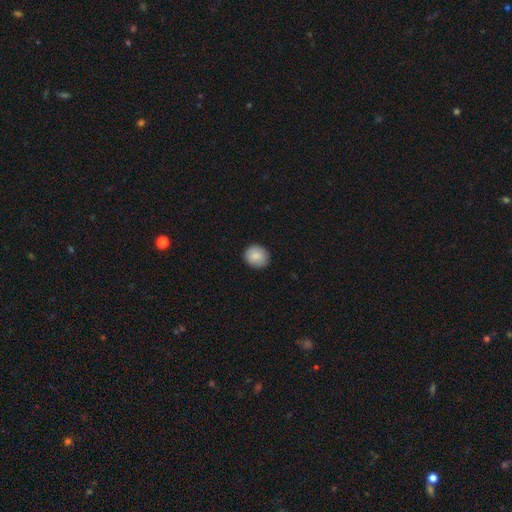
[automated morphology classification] Smooth or featured? Predicted: smooth (p=0.88). How rounded? Predicted: round (p=0.78). Merging? Predicted: none (p=0.89).